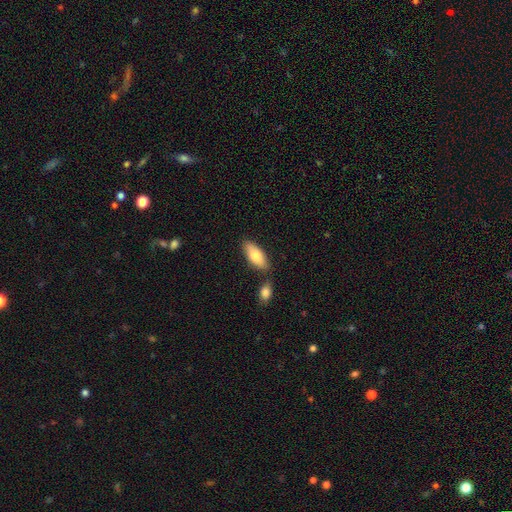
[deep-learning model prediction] Smooth or featured? Predicted: smooth (p=0.78). How rounded? Predicted: in between (p=0.80). Merging? Predicted: none (p=0.72).